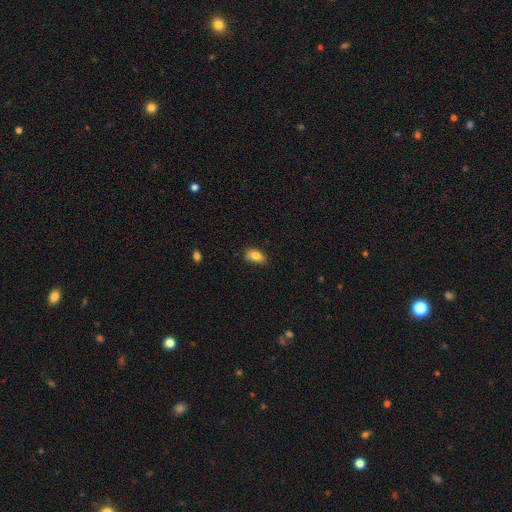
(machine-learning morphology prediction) Overall: smooth (82%). How rounded: in between (89%). Merging: none (67%).